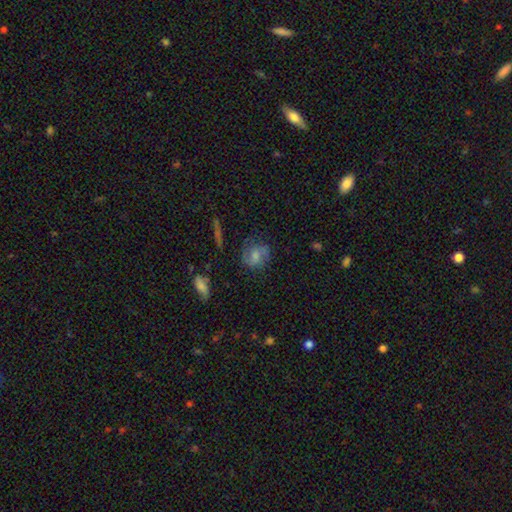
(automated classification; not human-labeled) Smooth or featured? smooth (52%)
How rounded? round (63%)
Merging? none (66%)